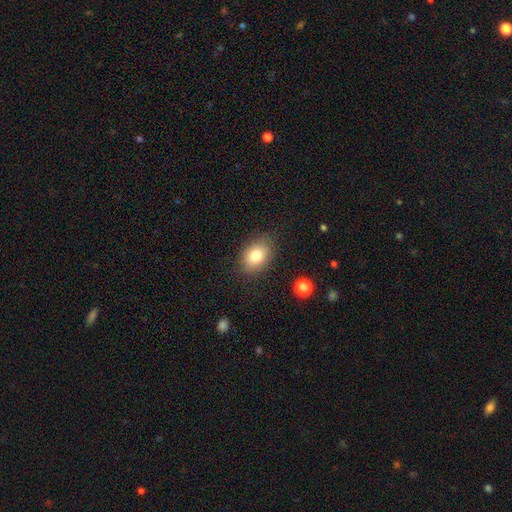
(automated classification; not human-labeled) A smooth galaxy with no disk features (80%) that is in between round and cigar-shaped (80%). Merging: none (83%).